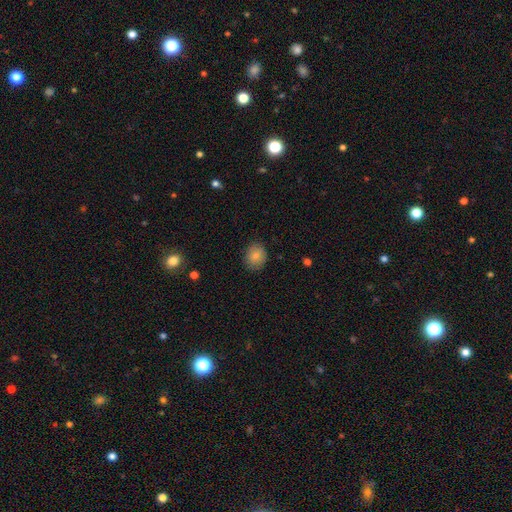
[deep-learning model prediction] smooth 82%, star or artifact 9%, featured or disk 9%. Down the decision tree: how rounded — round (64%); merging — none (85%).